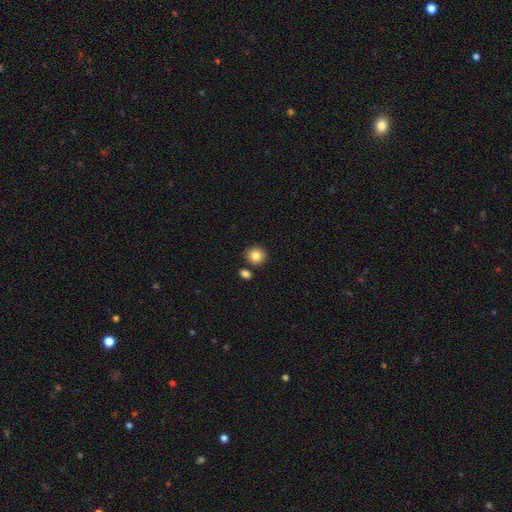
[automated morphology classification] Smooth or featured? smooth (83%)
How rounded? round (89%)
Merging? none (82%)